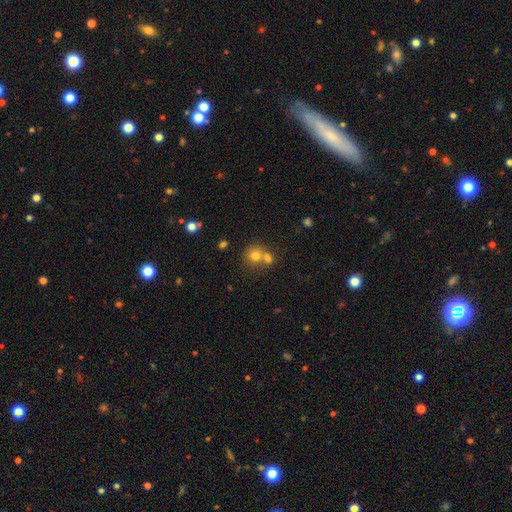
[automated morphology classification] type=smooth (72%); roundness=round (83%); merging=merger (45%).